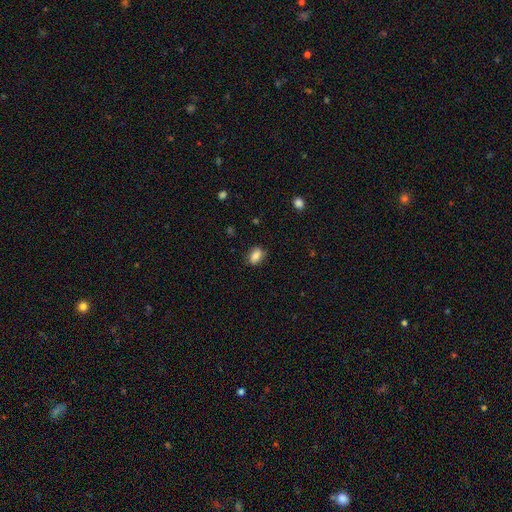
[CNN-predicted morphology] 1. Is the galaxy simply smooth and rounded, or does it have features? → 81% smooth, 10% featured or disk, 9% star or artifact.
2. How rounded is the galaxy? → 79% in between, 19% round, 2% cigar-shaped.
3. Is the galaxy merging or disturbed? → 79% none, 16% minor disturbance, 3% major disturbance, 1% merger.